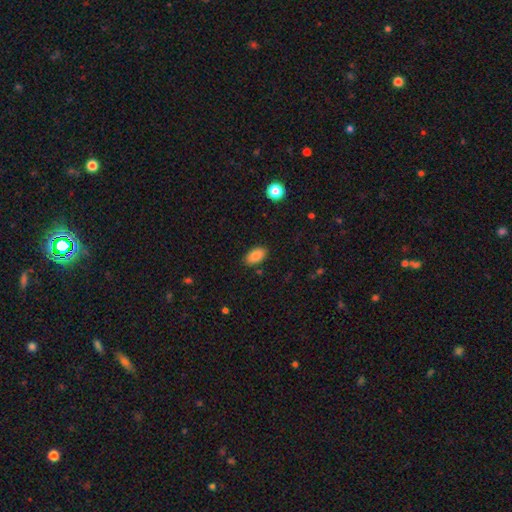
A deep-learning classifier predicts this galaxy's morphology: This appears to be a smooth galaxy with no disk features (85%) that is in between round and cigar-shaped (93%). Merging: none (87%).